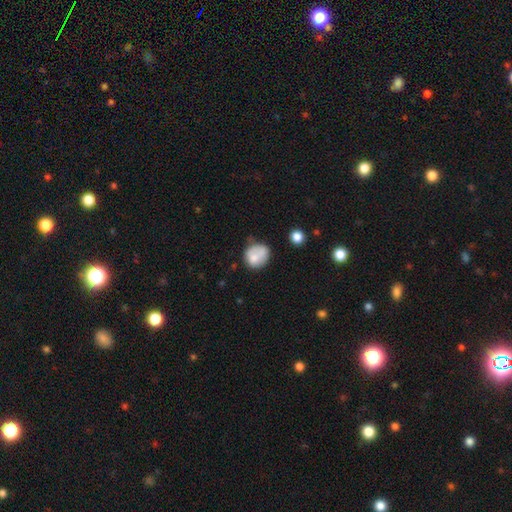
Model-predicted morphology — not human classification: smooth 71%, featured or disk 20%, star or artifact 9%. Down the decision tree: how rounded — round (71%); merging — none (46%).